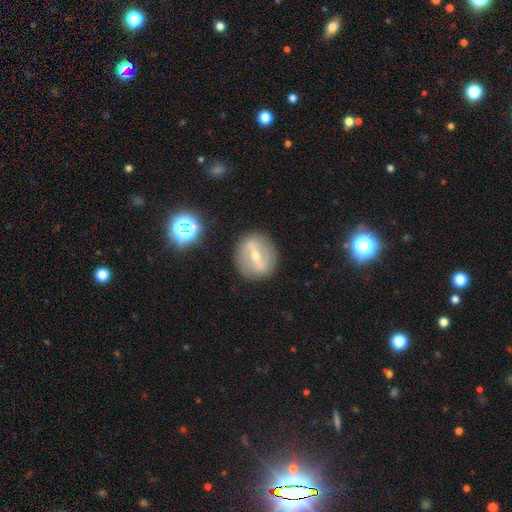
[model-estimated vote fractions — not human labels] A featured or disk galaxy (70%) with a strong bar (63%), no spiral arms (52%) and a moderate central bulge (54%).

Vote fractions:
- Smooth or featured? featured or disk: 70% / smooth: 21% / star or artifact: 9%
- Edge-on disk? no: 91% / yes: 9%
- Bar? strong: 63% / weak: 27% / no: 9%
- Spiral arms? no: 52% / yes: 48%
- Bulge size? moderate: 54% / small: 42% / large: 2% / none: 1% / dominant: 1%
- Merging? none: 86% / minor disturbance: 9% / major disturbance: 3% / merger: 2%